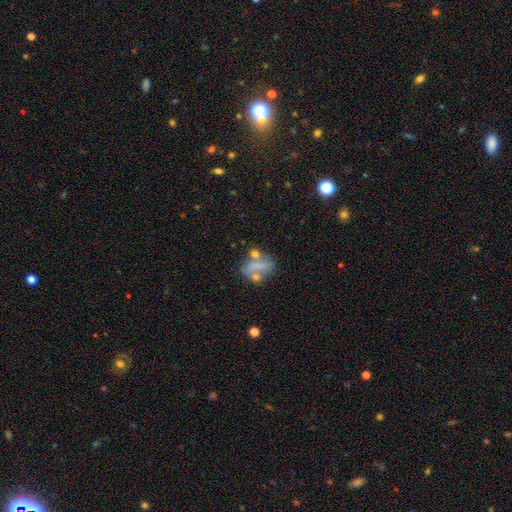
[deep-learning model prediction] smooth_or_featured: smooth (p=0.45) [alt: featured or disk p=0.39]
merging: none (p=0.51) [alt: minor disturbance p=0.18]